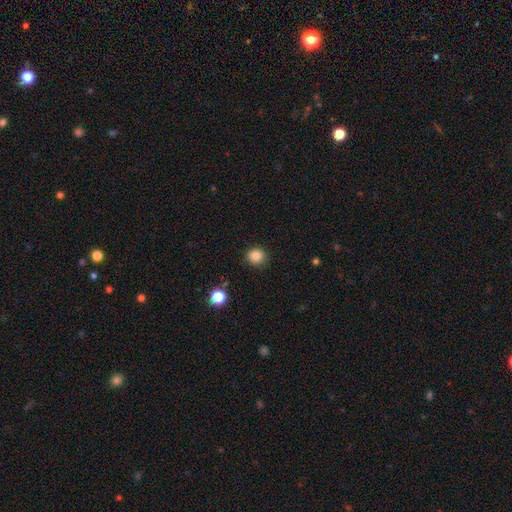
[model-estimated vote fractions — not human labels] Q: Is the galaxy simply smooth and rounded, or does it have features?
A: smooth — 85%.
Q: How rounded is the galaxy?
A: round — 90%.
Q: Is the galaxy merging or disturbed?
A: none — 88%.